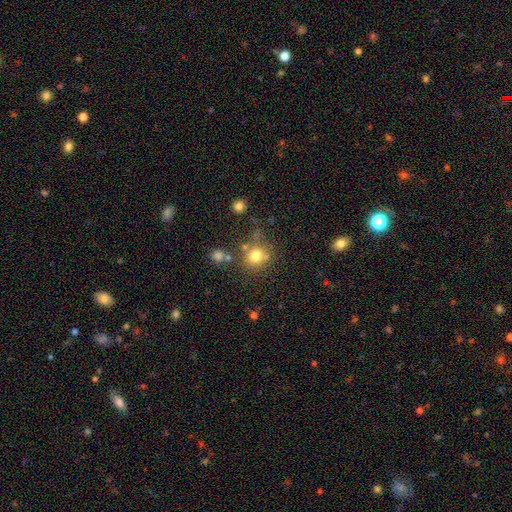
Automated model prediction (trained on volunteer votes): Morphology: type=smooth (75%); roundness=round (86%); merging=none (68%).